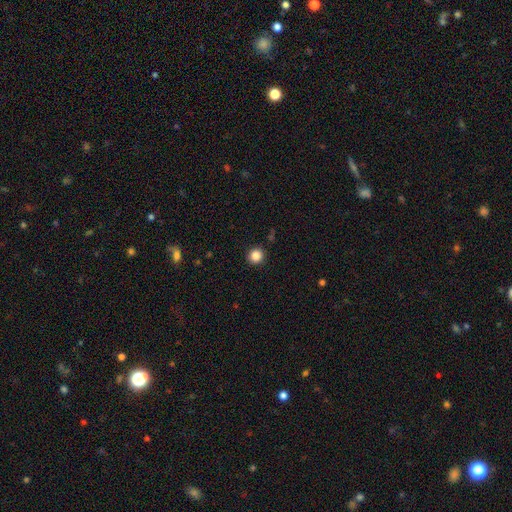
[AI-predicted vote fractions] smooth_or_featured: smooth (p=0.86) [alt: star or artifact p=0.11]
how_rounded: round (p=0.93) [alt: in between p=0.06]
merging: none (p=0.92) [alt: minor disturbance p=0.05]